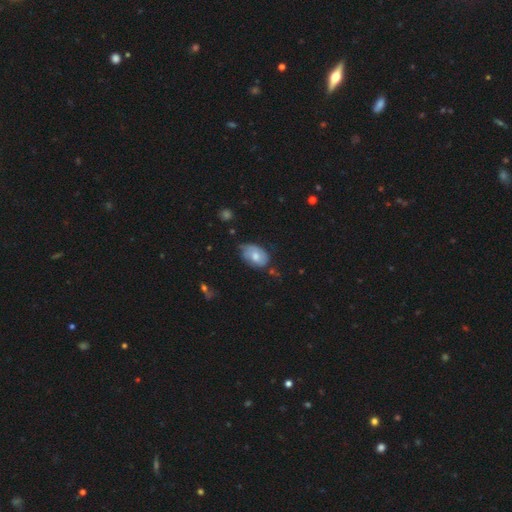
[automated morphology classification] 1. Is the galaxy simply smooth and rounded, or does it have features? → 55% smooth, 38% featured or disk, 8% star or artifact.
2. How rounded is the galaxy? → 87% in between, 11% round, 2% cigar-shaped.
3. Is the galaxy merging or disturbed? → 48% none, 38% minor disturbance, 12% major disturbance, 3% merger.